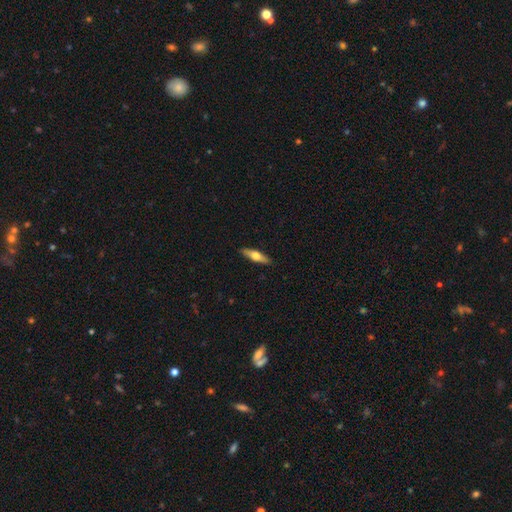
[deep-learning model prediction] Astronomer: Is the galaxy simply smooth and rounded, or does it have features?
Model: smooth — 48% (runner-up: featured or disk, 47%).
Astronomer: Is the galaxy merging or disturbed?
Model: none — 89%.